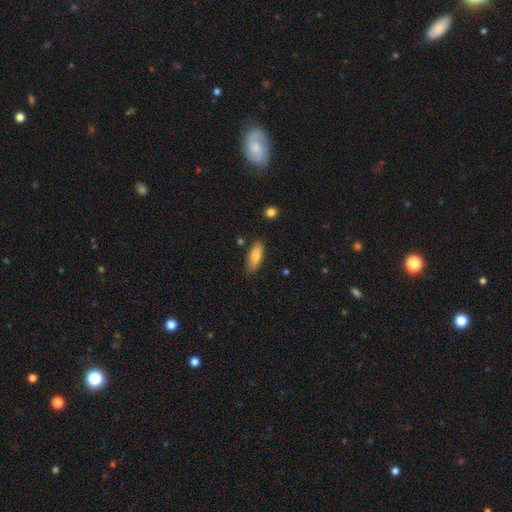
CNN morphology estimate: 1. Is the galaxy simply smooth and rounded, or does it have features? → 83% smooth, 11% featured or disk, 6% star or artifact.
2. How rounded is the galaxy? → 69% in between, 29% cigar-shaped, 2% round.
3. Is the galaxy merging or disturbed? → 80% none, 15% minor disturbance, 3% major disturbance, 2% merger.